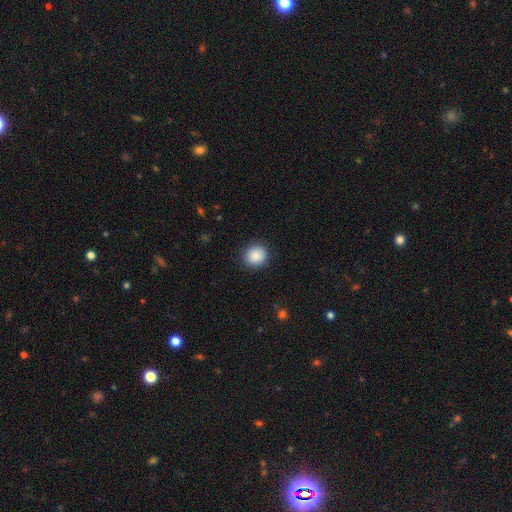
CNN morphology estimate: smooth 89%, star or artifact 8%, featured or disk 3%. Down the decision tree: how rounded — round (85%); merging — none (90%).